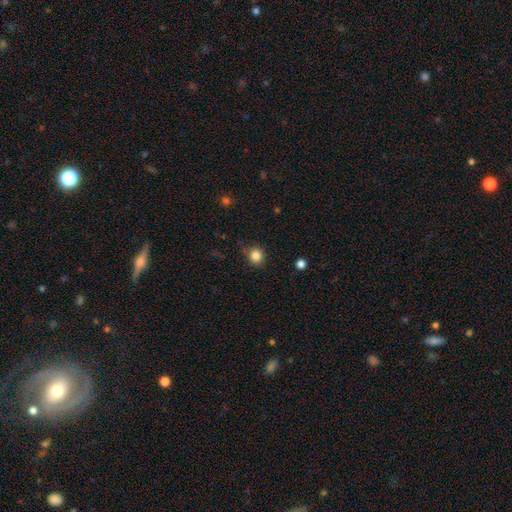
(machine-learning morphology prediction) Smooth or featured? Predicted: smooth (p=0.84). How rounded? Predicted: round (p=0.87). Merging? Predicted: none (p=0.83).